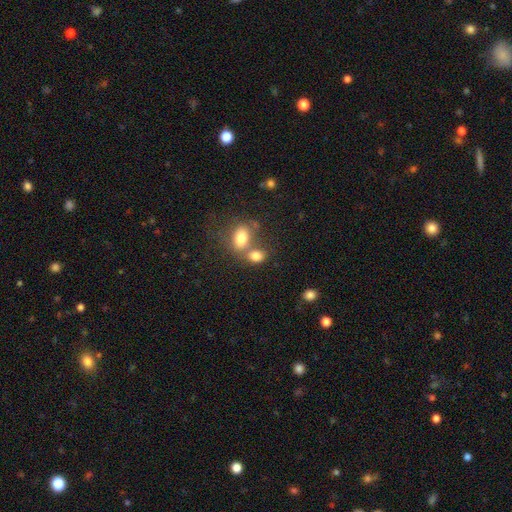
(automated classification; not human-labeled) A smooth galaxy with no disk features (80%) that is in between round and cigar-shaped (72%). Merging: merger (51%).